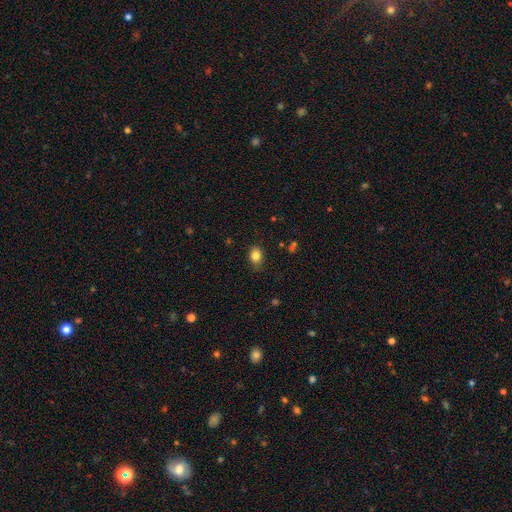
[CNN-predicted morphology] A smooth galaxy with no disk features (84%) that is in between round and cigar-shaped (64%). Merging: none (80%).